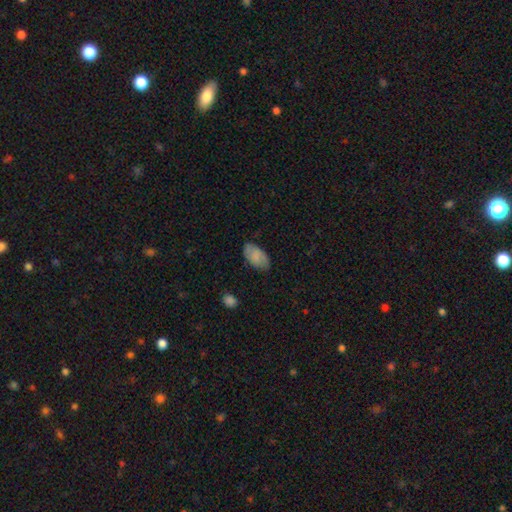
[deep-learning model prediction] smooth 80%, featured or disk 14%, star or artifact 7%. Down the decision tree: how rounded — in between (95%); merging — none (75%).